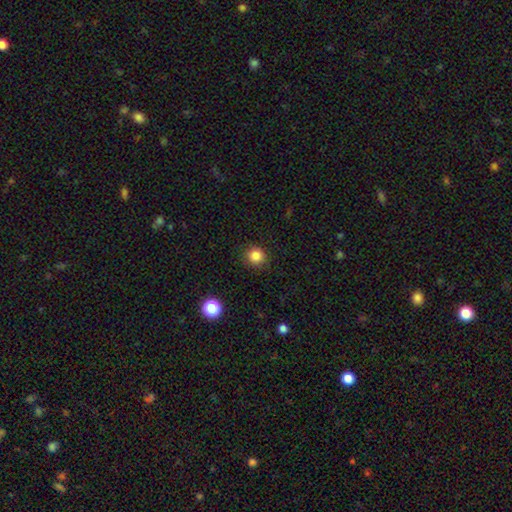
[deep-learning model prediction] The model was most divided on "smooth or featured": smooth: 85%, star or artifact: 11%, featured or disk: 4%. More confident: how rounded — round (91%); merging — none (89%).